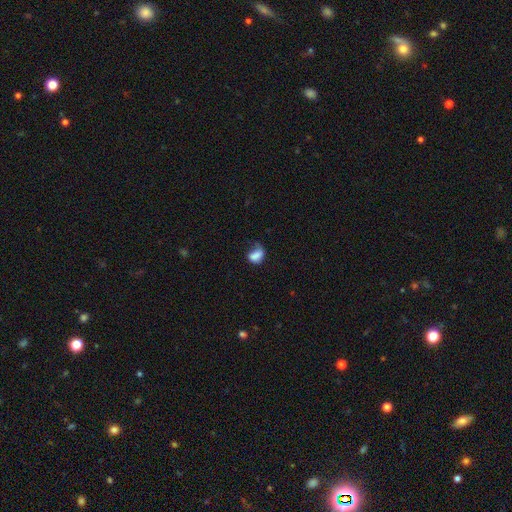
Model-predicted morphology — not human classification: Smooth or featured? smooth (72%)
How rounded? in between (75%)
Merging? major disturbance (35%)